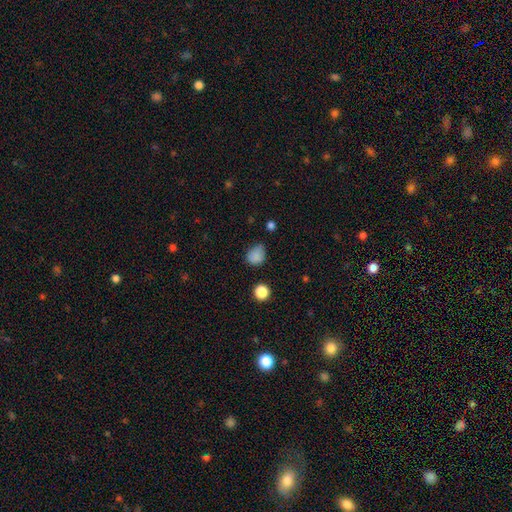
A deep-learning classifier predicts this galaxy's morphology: This appears to be a smooth galaxy with no disk features (83%) that is round (50%). Merging: none (58%).